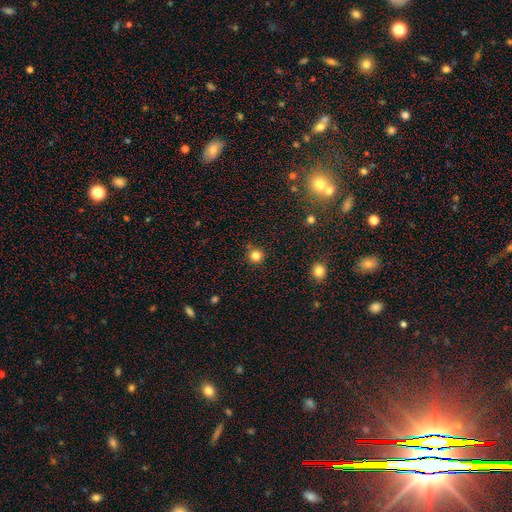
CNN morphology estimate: The model was most divided on "smooth or featured": smooth: 82%, star or artifact: 14%, featured or disk: 4%. More confident: how rounded — round (94%); merging — none (88%).